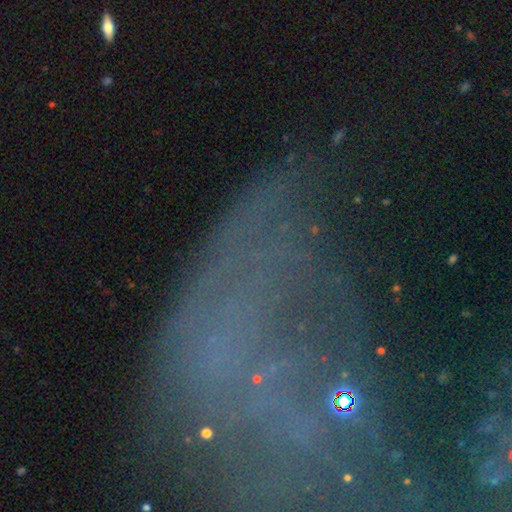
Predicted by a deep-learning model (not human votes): Q: Smooth or featured?
A: star or artifact (48%); runner-up: featured or disk (34%)